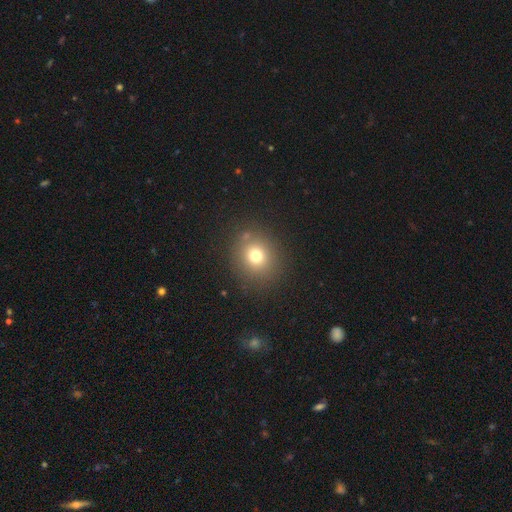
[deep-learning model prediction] This is likely a smooth galaxy (73%). How rounded: clearly round (82%). Merging: clearly none (84%).